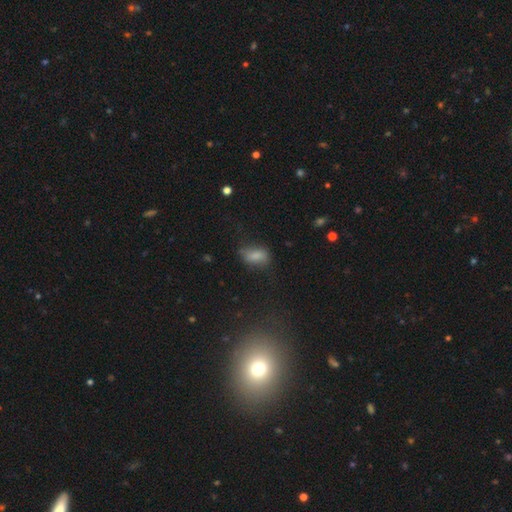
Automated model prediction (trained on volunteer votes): Smooth or featured?
  - smooth: 77% *
  - featured or disk: 12%
  - star or artifact: 11%
How rounded?
  - in between: 86% *
  - round: 9%
  - cigar-shaped: 5%
Merging?
  - none: 55% *
  - minor disturbance: 28%
  - major disturbance: 14%
  - merger: 3%